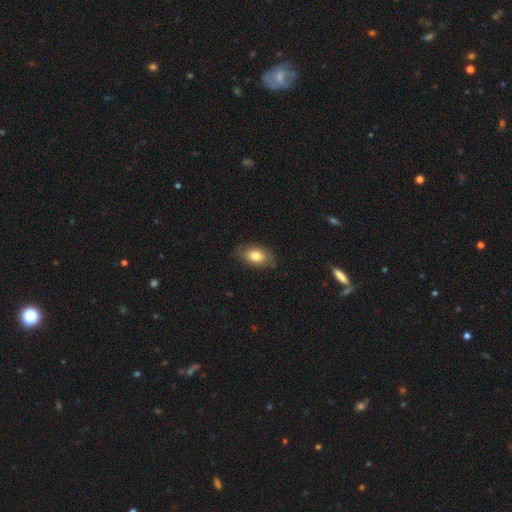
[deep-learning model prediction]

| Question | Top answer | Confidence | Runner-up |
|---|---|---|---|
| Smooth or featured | smooth | 78% | featured or disk (15%) |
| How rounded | in between | 90% | round (8%) |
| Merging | none | 79% | minor disturbance (16%) |